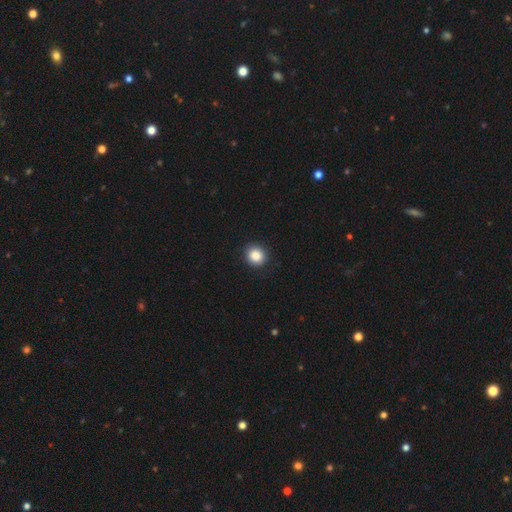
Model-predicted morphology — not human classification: smooth-or-featured: smooth: 88% | star or artifact: 9% | featured or disk: 3%
  how-rounded: round: 82% | in between: 17% | cigar-shaped: 1%
  merging: none: 90% | minor disturbance: 7% | major disturbance: 2% | merger: 1%